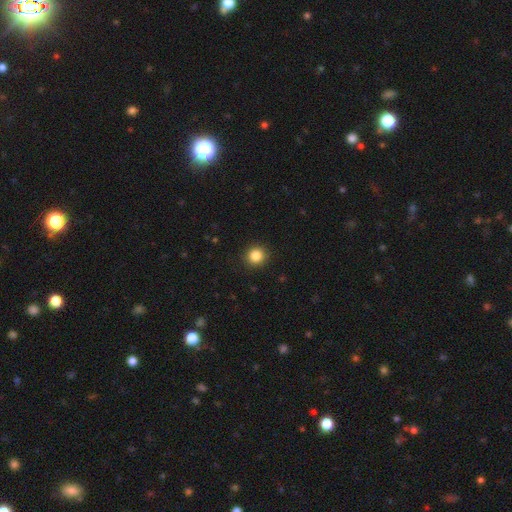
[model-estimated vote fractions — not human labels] Smooth or featured? smooth (85%)
How rounded? round (92%)
Merging? none (92%)